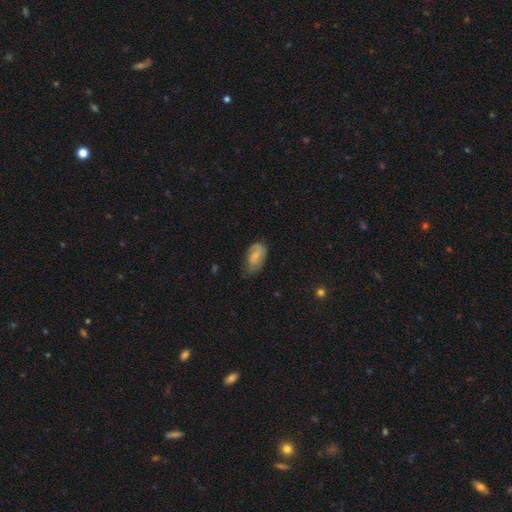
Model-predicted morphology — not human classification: Q: Smooth or featured?
A: smooth (58%); runner-up: featured or disk (35%)
Q: How rounded?
A: in between (92%); runner-up: round (6%)
Q: Merging?
A: none (49%); runner-up: minor disturbance (37%)